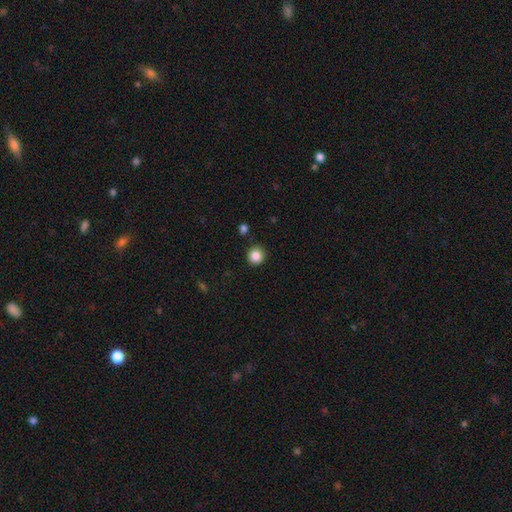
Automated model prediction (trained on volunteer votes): This appears to be a smooth galaxy with no disk features (86%) that is round (93%). Merging: none (89%).